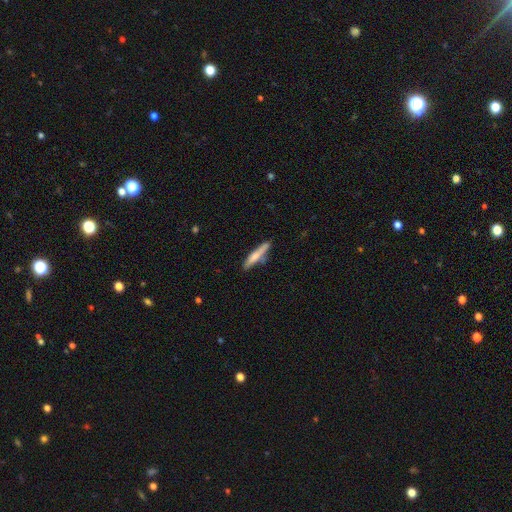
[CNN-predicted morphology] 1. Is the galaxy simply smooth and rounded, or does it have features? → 62% smooth, 32% featured or disk, 6% star or artifact.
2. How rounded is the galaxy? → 90% cigar-shaped, 9% in between, 2% round.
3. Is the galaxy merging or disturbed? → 71% none, 19% minor disturbance, 6% merger, 4% major disturbance.